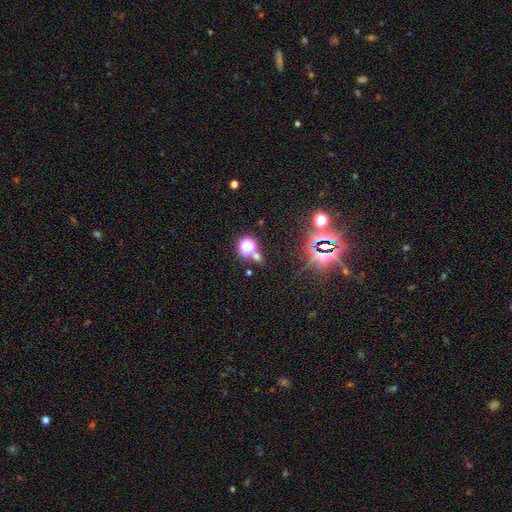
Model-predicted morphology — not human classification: Overall: star or artifact (52%; smooth 39%).